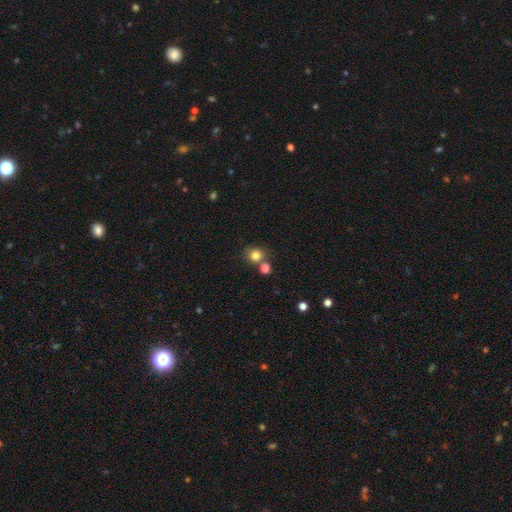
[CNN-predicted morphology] Overall: smooth (82%). How rounded: round (82%). Merging: none (60%; merger 26%).